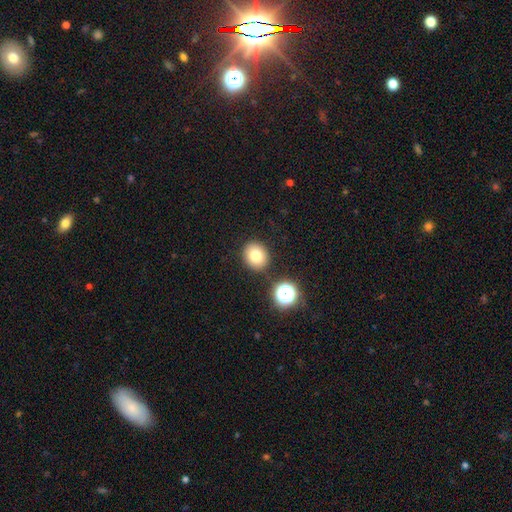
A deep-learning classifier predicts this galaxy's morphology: A smooth galaxy with no disk features (78%) that is round (75%).

Vote fractions:
- Smooth or featured? smooth: 78% / star or artifact: 13% / featured or disk: 9%
- How rounded? round: 75% / in between: 24% / cigar-shaped: 1%
- Merging? none: 85% / minor disturbance: 8% / merger: 5% / major disturbance: 2%